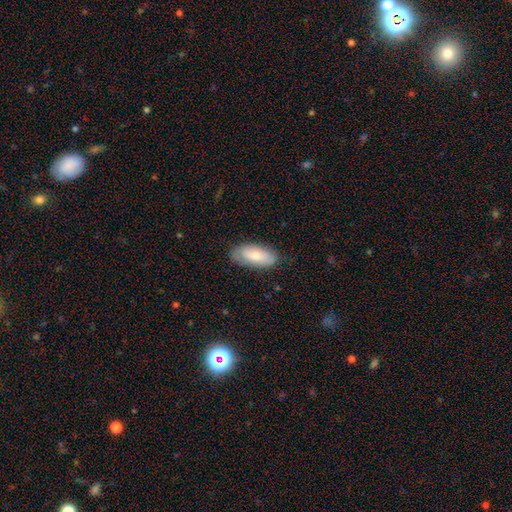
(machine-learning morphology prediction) This is likely a smooth galaxy (76%). How rounded: clearly in between (86%). Merging: likely none (80%).